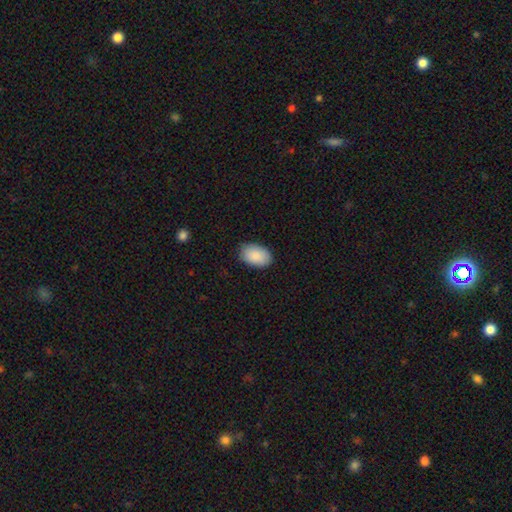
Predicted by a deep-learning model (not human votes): Smooth or featured?
  - smooth: 90% *
  - star or artifact: 6%
  - featured or disk: 4%
How rounded?
  - in between: 91% *
  - round: 8%
  - cigar-shaped: 1%
Merging?
  - none: 87% *
  - minor disturbance: 10%
  - major disturbance: 2%
  - merger: 1%